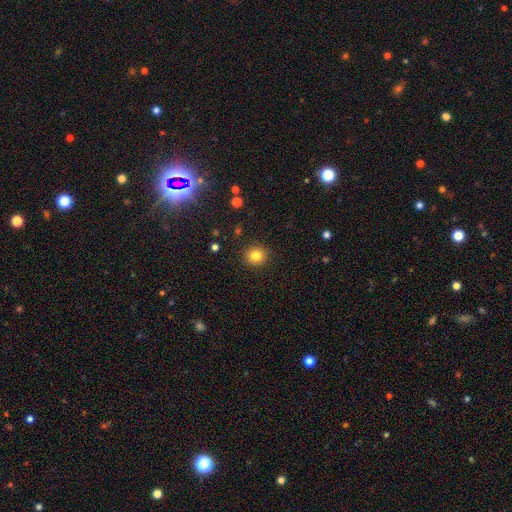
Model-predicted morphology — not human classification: A smooth galaxy with no disk features (83%) that is round (89%).

Vote fractions:
- Smooth or featured? smooth: 83% / star or artifact: 11% / featured or disk: 6%
- How rounded? round: 89% / in between: 10% / cigar-shaped: 1%
- Merging? none: 91% / minor disturbance: 6% / major disturbance: 2% / merger: 1%